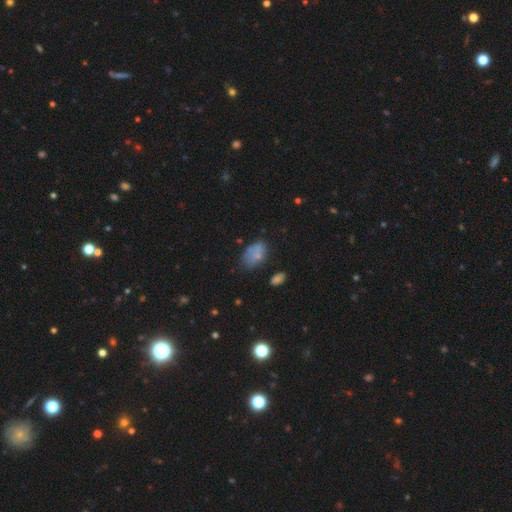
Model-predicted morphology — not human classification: A smooth galaxy with no disk features (68%) that is in between round and cigar-shaped (90%). Merging: none (47%).